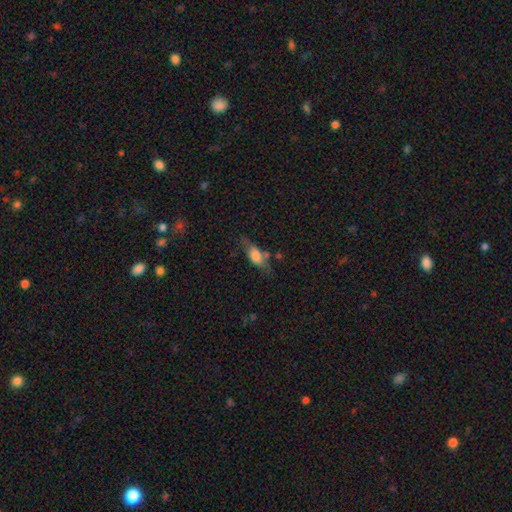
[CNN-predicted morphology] smooth-or-featured: smooth: 65% | featured or disk: 26% | star or artifact: 8%
  how-rounded: in between: 74% | cigar-shaped: 21% | round: 5%
  merging: none: 50% | minor disturbance: 27% | major disturbance: 13% | merger: 10%